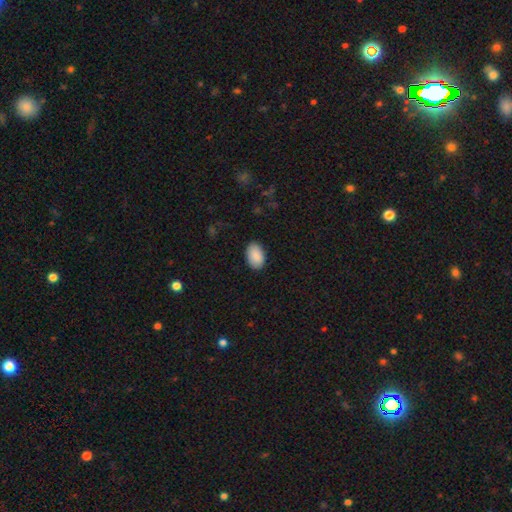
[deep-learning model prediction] A smooth galaxy with no disk features (89%) that is in between round and cigar-shaped (92%). Merging: none (87%).